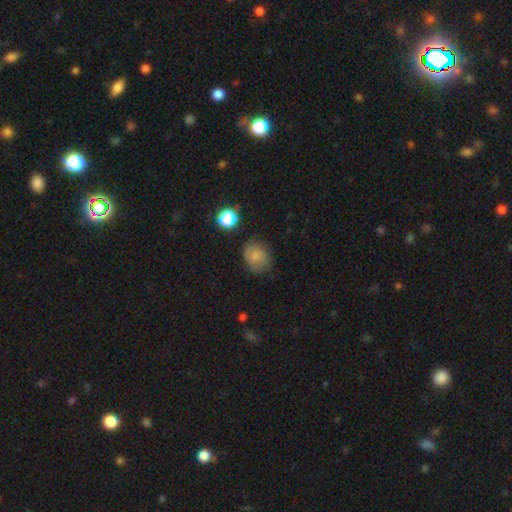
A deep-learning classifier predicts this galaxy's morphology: smooth_or_featured: smooth (p=0.59) [alt: featured or disk p=0.30]
how_rounded: round (p=0.62) [alt: in between p=0.37]
merging: none (p=0.71) [alt: minor disturbance p=0.21]